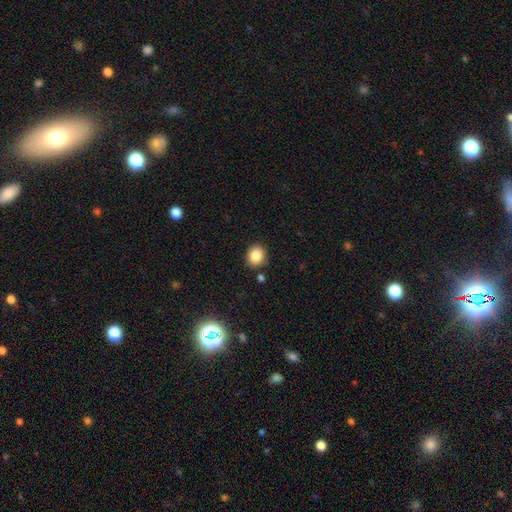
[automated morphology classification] Smooth or featured?
  - smooth: 84% *
  - star or artifact: 10%
  - featured or disk: 6%
How rounded?
  - round: 72% *
  - in between: 28%
  - cigar-shaped: 1%
Merging?
  - none: 85% *
  - minor disturbance: 9%
  - merger: 4%
  - major disturbance: 2%